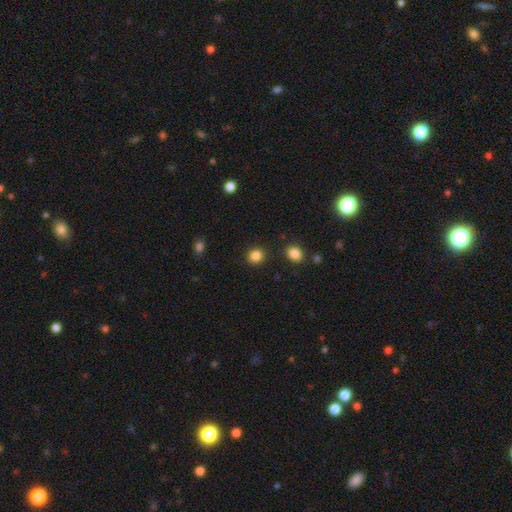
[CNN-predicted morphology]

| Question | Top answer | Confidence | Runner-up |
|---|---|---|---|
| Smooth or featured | smooth | 85% | star or artifact (11%) |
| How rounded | round | 81% | in between (18%) |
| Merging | none | 89% | minor disturbance (7%) |